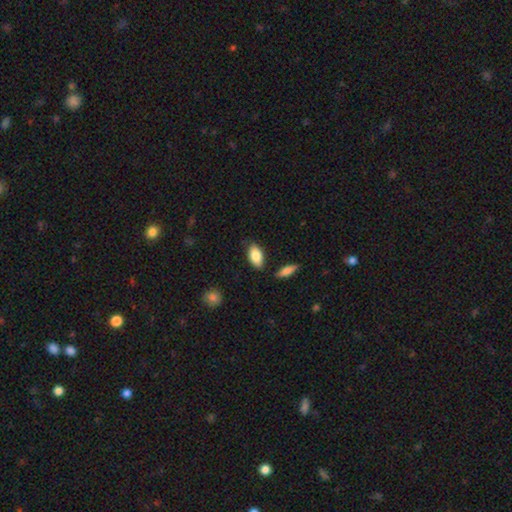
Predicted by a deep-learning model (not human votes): A smooth galaxy with no disk features (83%) that is in between round and cigar-shaped (91%). Merging: none (81%).